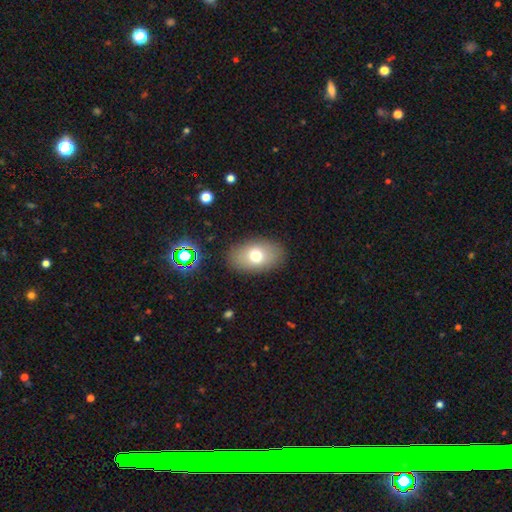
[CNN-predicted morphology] Smooth or featured? Predicted: smooth (p=0.72). How rounded? Predicted: in between (p=0.86). Merging? Predicted: none (p=0.87).